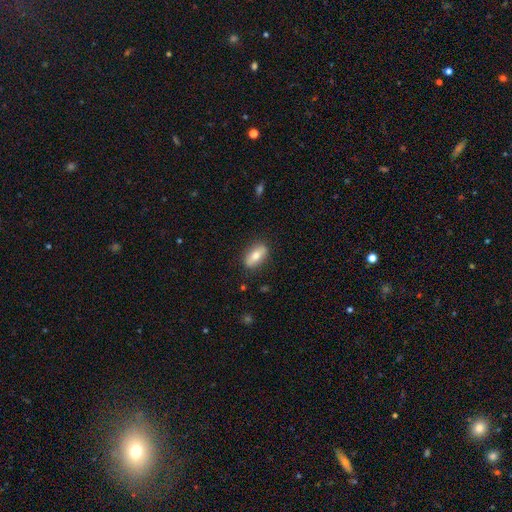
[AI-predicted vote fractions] Overall: smooth (63%; featured or disk 30%). How rounded: in between (81%). Merging: none (85%).